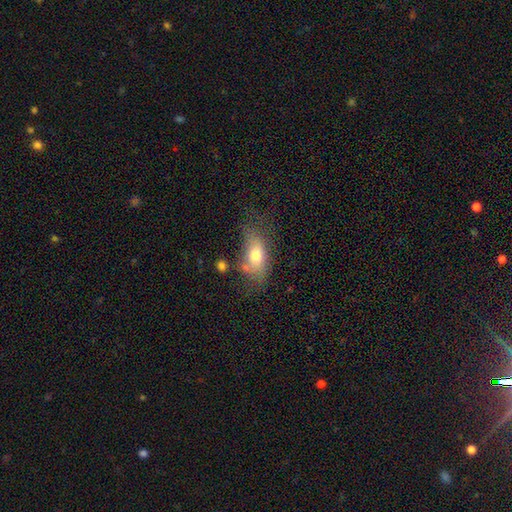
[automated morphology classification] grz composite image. It shows a smooth galaxy with no disk features (71%) that is in between round and cigar-shaped (85%). Merging: none (44%).